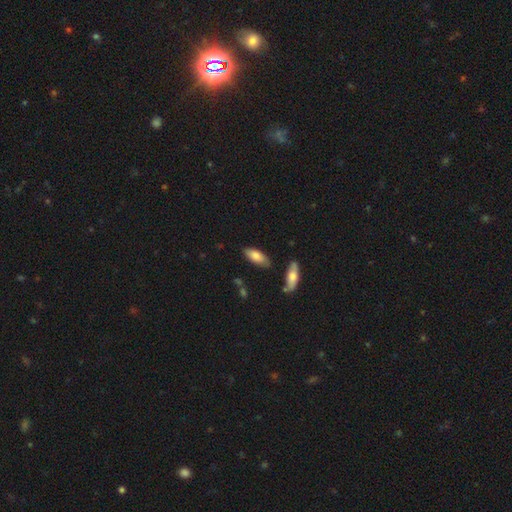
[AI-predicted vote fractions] The model was most divided on "how rounded": in between: 80%, cigar-shaped: 18%, round: 2%. More confident: smooth or featured — smooth (78%); merging — none (77%).